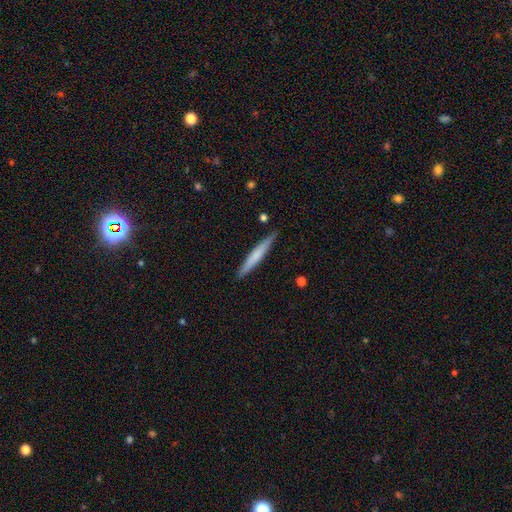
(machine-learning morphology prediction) Smooth or featured?
  - smooth: 63% *
  - featured or disk: 32%
  - star or artifact: 5%
How rounded?
  - cigar-shaped: 96% *
  - in between: 3%
  - round: 1%
Merging?
  - none: 88% *
  - minor disturbance: 9%
  - major disturbance: 1%
  - merger: 1%